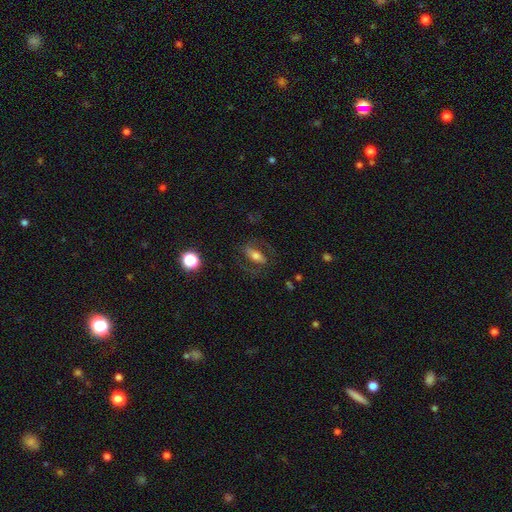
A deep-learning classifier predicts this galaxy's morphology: Smooth or featured?
  - featured or disk: 54% *
  - smooth: 36%
  - star or artifact: 10%
Edge-on disk?
  - no: 85% *
  - yes: 15%
Merging?
  - none: 70% *
  - minor disturbance: 14%
  - major disturbance: 14%
  - merger: 2%